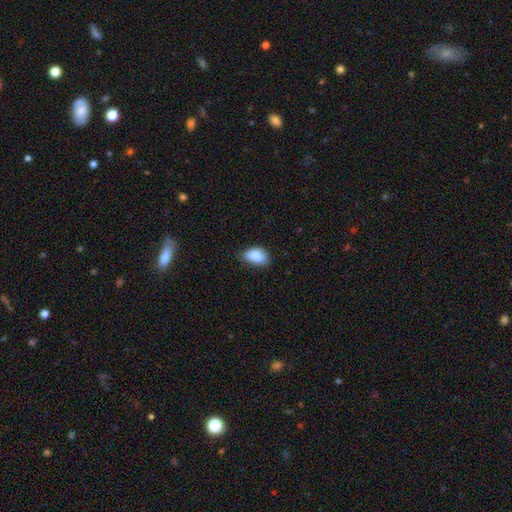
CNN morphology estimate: Smooth or featured: smooth — 88% (star or artifact — 7%)
How rounded: in between — 91% (round — 8%)
Merging: none — 64% (minor disturbance — 30%)